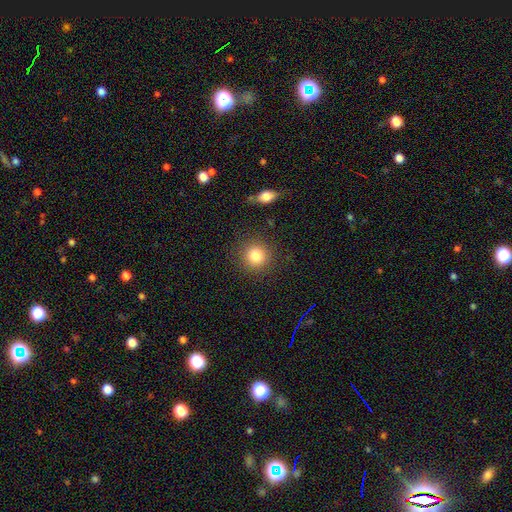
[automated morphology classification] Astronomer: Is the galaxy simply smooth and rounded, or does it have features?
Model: smooth — 83%.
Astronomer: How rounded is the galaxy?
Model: round — 92%.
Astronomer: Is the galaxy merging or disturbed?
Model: none — 88%.